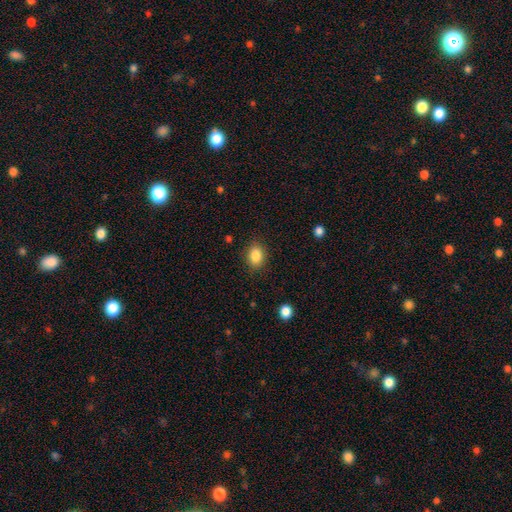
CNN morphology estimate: type=smooth (87%); roundness=in between (66%); merging=none (86%).